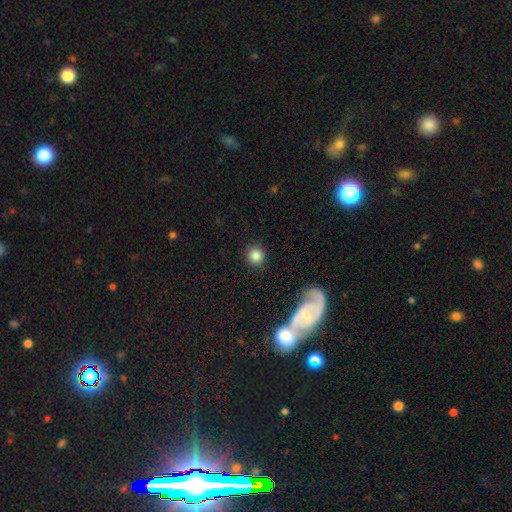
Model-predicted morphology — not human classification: A smooth galaxy with no disk features (83%) that is round (92%). Merging: none (88%).